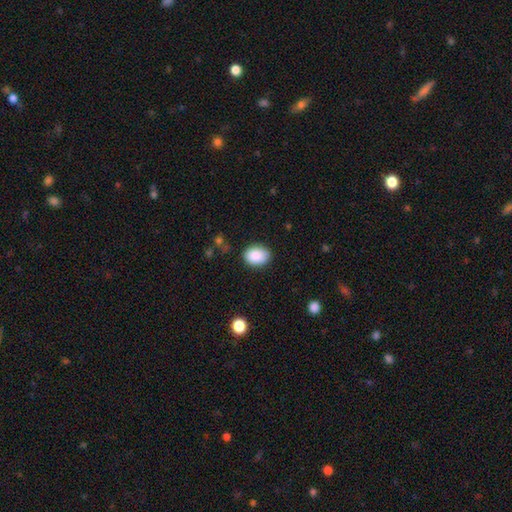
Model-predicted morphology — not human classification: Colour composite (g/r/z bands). It shows a smooth galaxy with no disk features (87%) that is in between round and cigar-shaped (72%). Merging: none (83%).